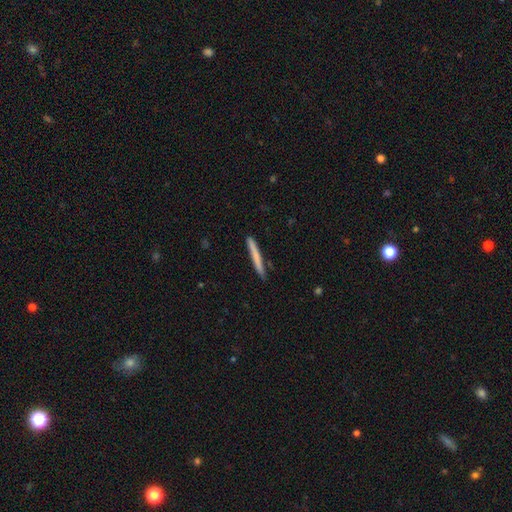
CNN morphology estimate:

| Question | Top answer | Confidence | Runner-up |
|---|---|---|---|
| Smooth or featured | smooth | 70% | featured or disk (24%) |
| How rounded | cigar-shaped | 97% | in between (2%) |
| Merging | none | 87% | minor disturbance (9%) |